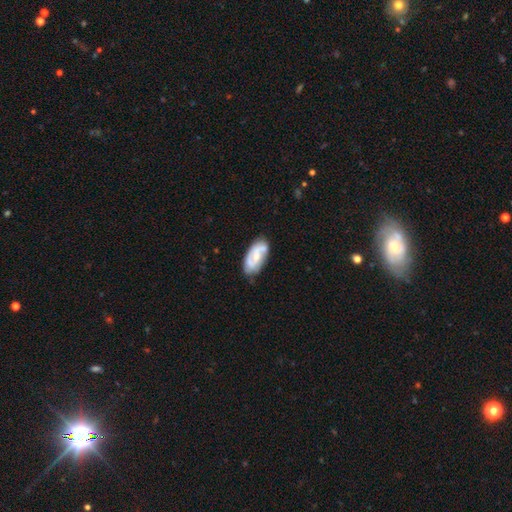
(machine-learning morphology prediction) This is likely a featured or disk galaxy (64%). It is clearly not viewed edge-on (95%). Bar: possibly no (56%). Spiral arm pattern: likely yes (78%). Central bulge: possibly small (48%). Merging: likely none (65%).